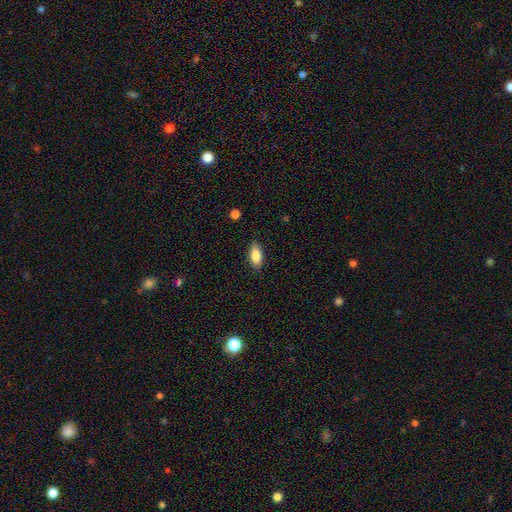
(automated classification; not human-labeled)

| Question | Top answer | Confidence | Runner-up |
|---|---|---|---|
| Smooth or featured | smooth | 84% | featured or disk (9%) |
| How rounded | in between | 86% | cigar-shaped (11%) |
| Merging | none | 86% | minor disturbance (11%) |